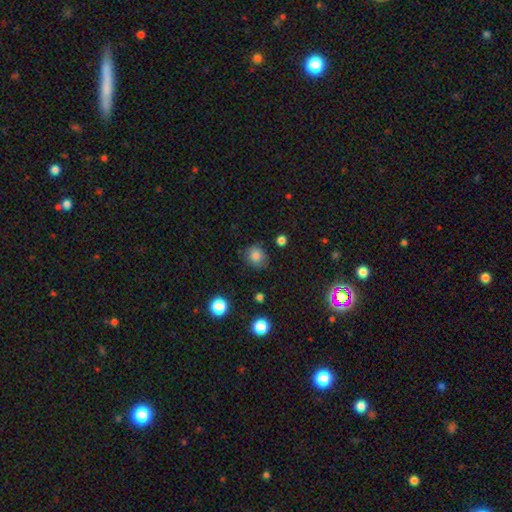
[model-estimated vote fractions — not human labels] smooth_or_featured: smooth (p=0.82) [alt: star or artifact p=0.12]
how_rounded: round (p=0.82) [alt: in between p=0.17]
merging: none (p=0.81) [alt: minor disturbance p=0.14]